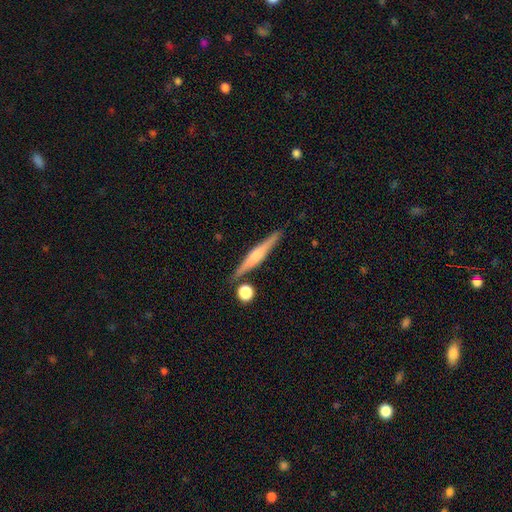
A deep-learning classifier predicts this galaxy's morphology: Smooth or featured? featured or disk (65%)
Edge-on disk? yes (97%)
Edge-on bulge? rounded (60%)
Merging? none (85%)